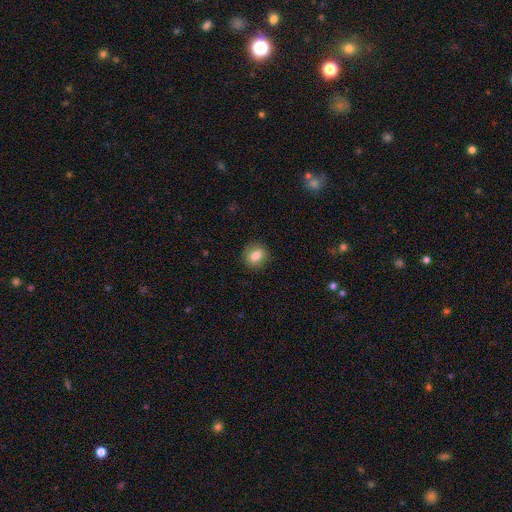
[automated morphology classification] Overall: smooth (81%). How rounded: round (61%; in between 38%). Merging: none (87%).